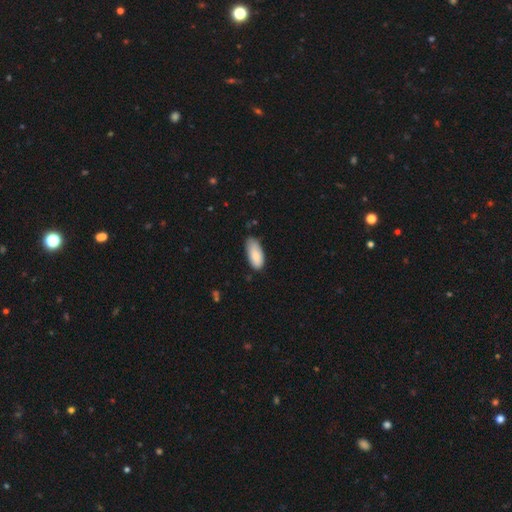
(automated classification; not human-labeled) Morphology: type=smooth (85%); roundness=in between (88%); merging=none (65%).